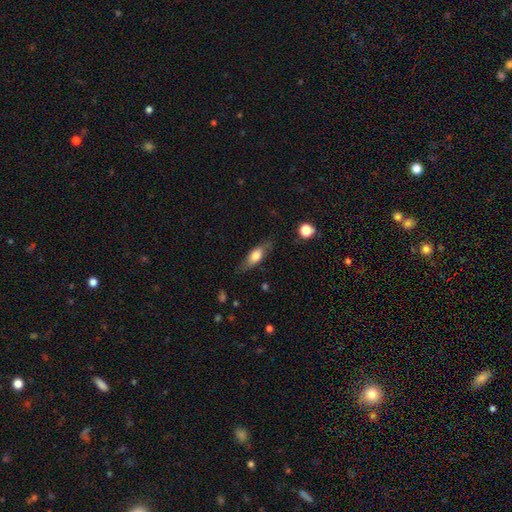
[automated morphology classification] Smooth or featured?
  - smooth: 61% *
  - featured or disk: 32%
  - star or artifact: 7%
How rounded?
  - in between: 62% *
  - cigar-shaped: 34%
  - round: 4%
Merging?
  - none: 73% *
  - minor disturbance: 20%
  - major disturbance: 5%
  - merger: 2%